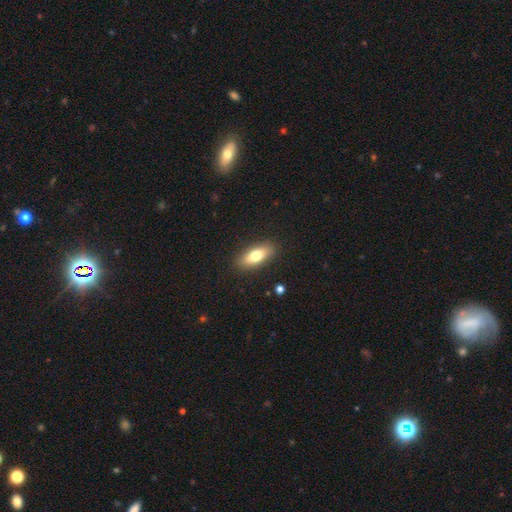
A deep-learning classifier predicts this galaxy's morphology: smooth_or_featured: smooth (p=0.74) [alt: featured or disk p=0.19]
how_rounded: in between (p=0.78) [alt: cigar-shaped p=0.19]
merging: none (p=0.89) [alt: minor disturbance p=0.08]